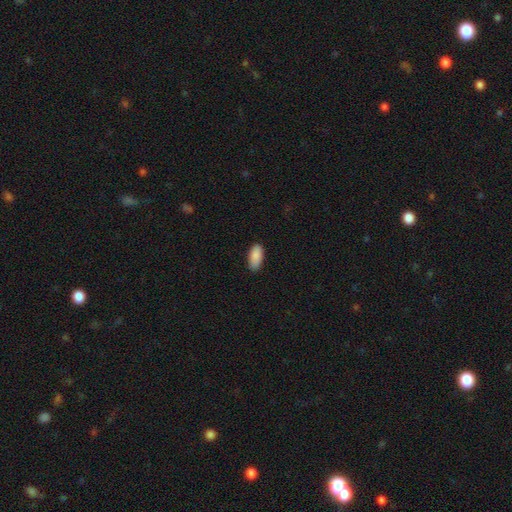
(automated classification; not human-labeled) Smooth or featured: smooth — 90% (star or artifact — 6%)
How rounded: in between — 90% (cigar-shaped — 8%)
Merging: none — 85% (minor disturbance — 12%)